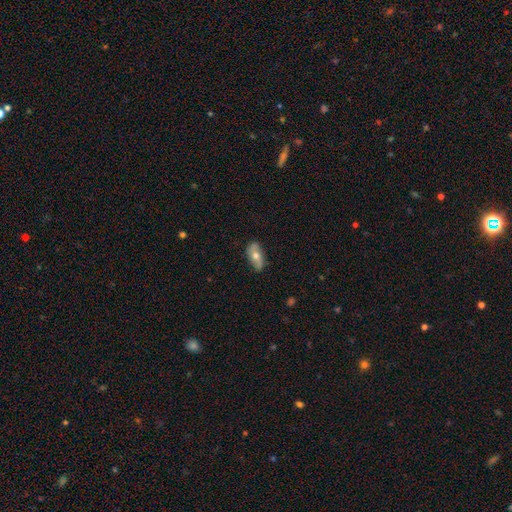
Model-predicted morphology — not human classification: This is possibly a smooth galaxy (53%). How rounded: clearly in between (82%). Merging: likely none (75%).